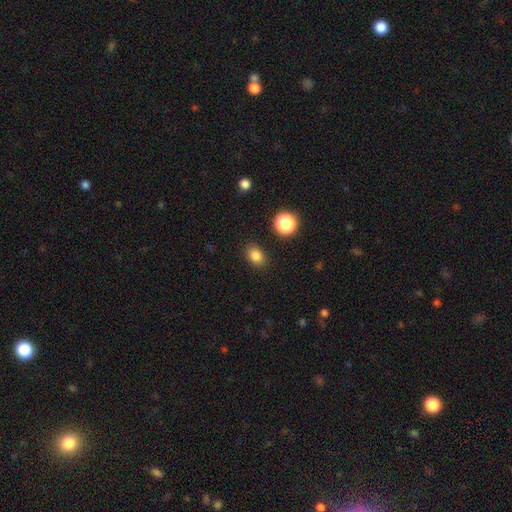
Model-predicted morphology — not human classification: This is clearly a smooth galaxy (83%). How rounded: likely in between (68%). Merging: clearly none (87%).